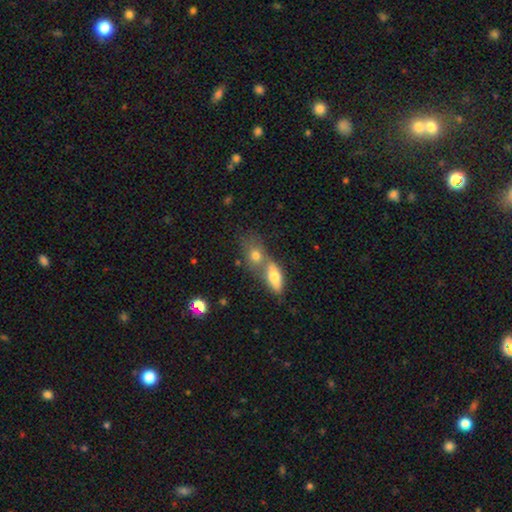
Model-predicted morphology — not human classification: Smooth or featured?
  - smooth: 73% *
  - featured or disk: 17%
  - star or artifact: 10%
How rounded?
  - in between: 64% *
  - round: 28%
  - cigar-shaped: 7%
Merging?
  - merger: 59% *
  - none: 30%
  - minor disturbance: 7%
  - major disturbance: 4%